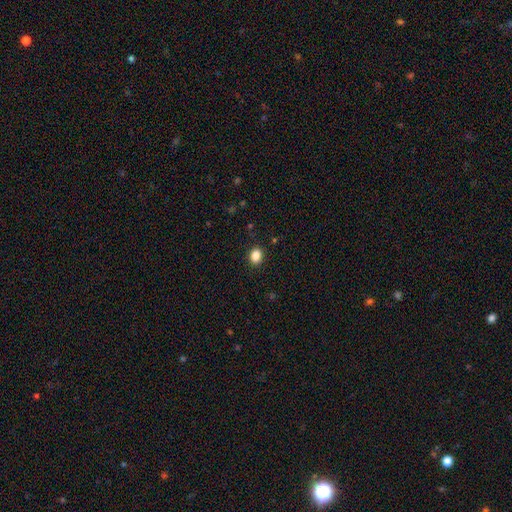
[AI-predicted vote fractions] This is clearly a smooth galaxy (86%). How rounded: possibly in between (51%). Merging: clearly none (90%).